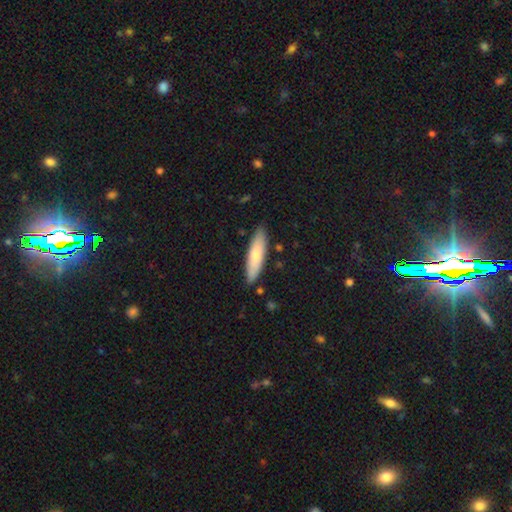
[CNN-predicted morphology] This is likely a smooth galaxy (71%). How rounded: likely cigar-shaped (66%). Merging: clearly none (85%).